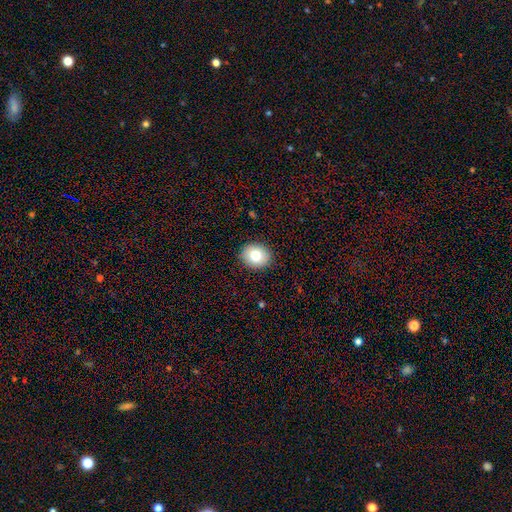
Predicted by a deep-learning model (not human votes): The model was most divided on "how rounded": round: 69%, in between: 30%, cigar-shaped: 1%. More confident: merging — none (90%); smooth or featured — smooth (79%).